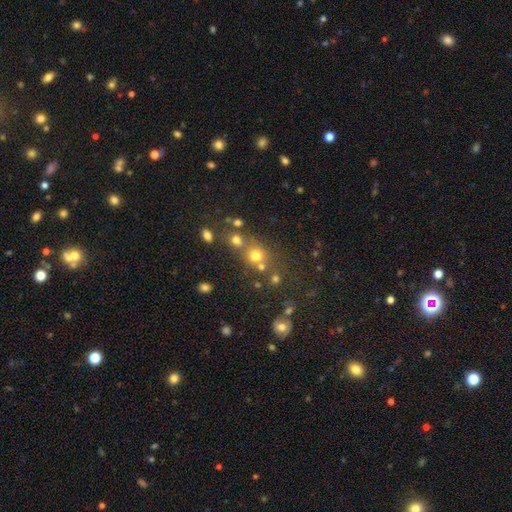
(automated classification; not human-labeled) Smooth or featured? smooth (69%)
How rounded? round (84%)
Merging? none (60%)